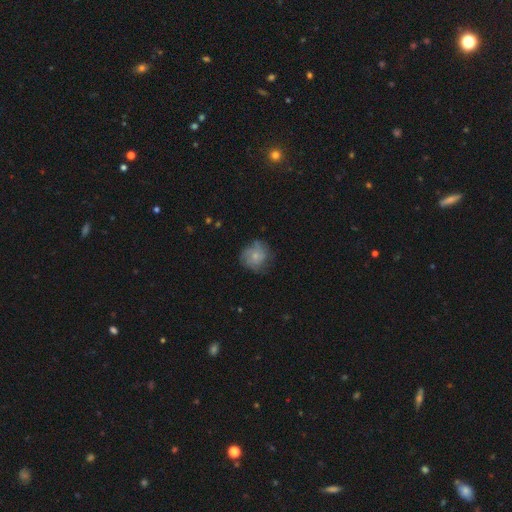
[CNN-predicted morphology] Smooth or featured? smooth (61%)
How rounded? round (84%)
Merging? none (63%)